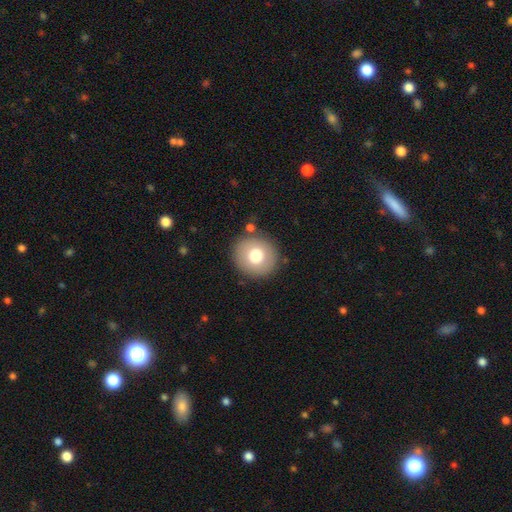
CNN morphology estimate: The model was most divided on "smooth or featured": smooth: 73%, featured or disk: 18%, star or artifact: 10%. More confident: how rounded — round (92%); merging — none (87%).